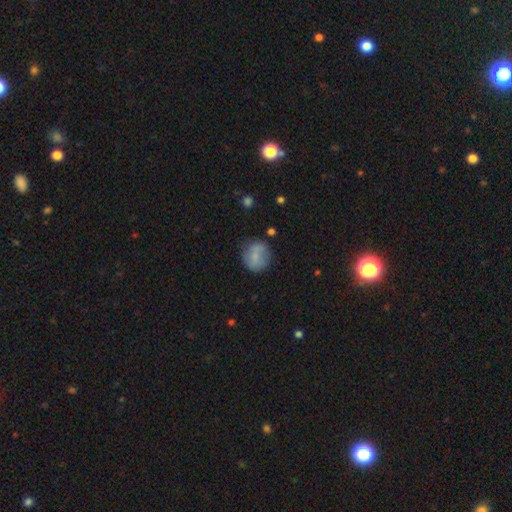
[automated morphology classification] Smooth or featured? smooth (72%)
How rounded? round (85%)
Merging? none (74%)